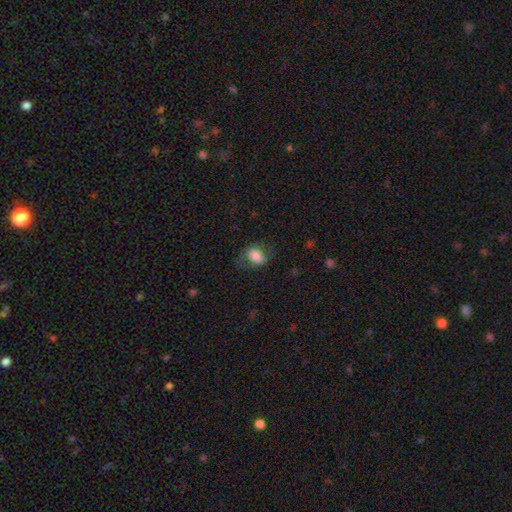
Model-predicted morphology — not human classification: smooth-or-featured: smooth: 74% | featured or disk: 18% | star or artifact: 8%
  how-rounded: in between: 71% | round: 28% | cigar-shaped: 1%
  merging: none: 58% | minor disturbance: 23% | major disturbance: 18% | merger: 1%